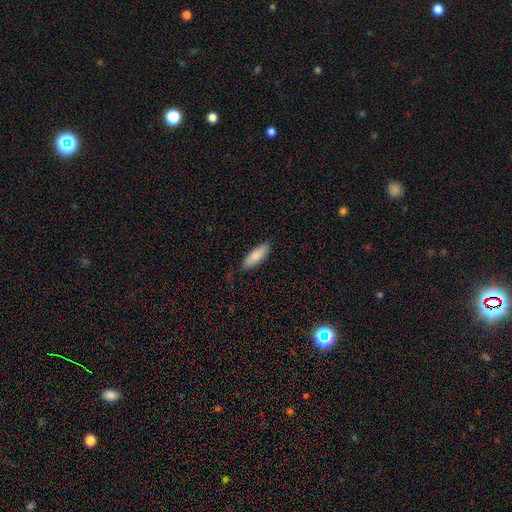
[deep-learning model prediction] A smooth galaxy with no disk features (84%) that is in between round and cigar-shaped (59%).

Vote fractions:
- Smooth or featured? smooth: 84% / featured or disk: 10% / star or artifact: 6%
- How rounded? in between: 59% / cigar-shaped: 39% / round: 2%
- Merging? none: 85% / minor disturbance: 12% / major disturbance: 2% / merger: 1%